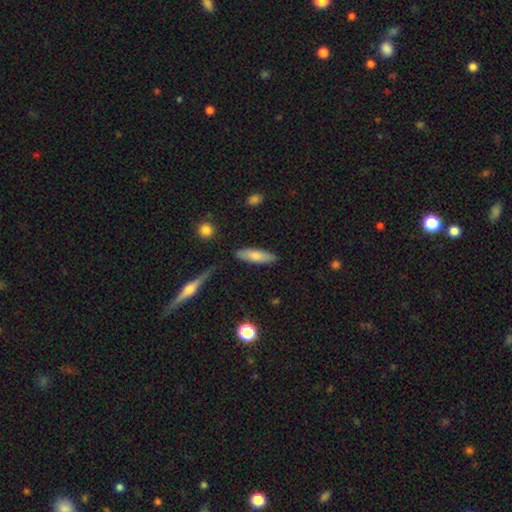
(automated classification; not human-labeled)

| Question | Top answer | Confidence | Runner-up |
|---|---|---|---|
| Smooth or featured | smooth | 73% | featured or disk (20%) |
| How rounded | cigar-shaped | 57% | in between (41%) |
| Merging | none | 85% | minor disturbance (10%) |